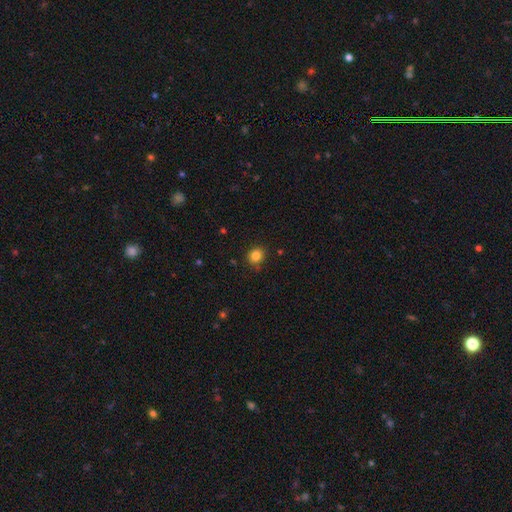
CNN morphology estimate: Smooth or featured? Predicted: smooth (p=0.84). How rounded? Predicted: round (p=0.80). Merging? Predicted: none (p=0.85).